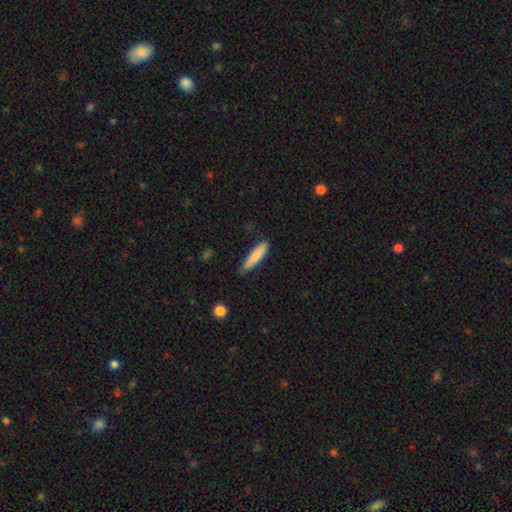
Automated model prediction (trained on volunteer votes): This is clearly a smooth galaxy (81%). How rounded: clearly cigar-shaped (84%). Merging: likely none (79%).